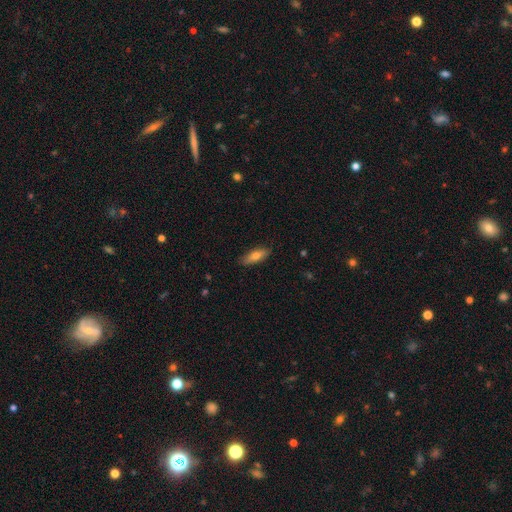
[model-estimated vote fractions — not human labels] Smooth or featured?
  - smooth: 71% *
  - featured or disk: 22%
  - star or artifact: 7%
How rounded?
  - in between: 54% *
  - cigar-shaped: 44%
  - round: 2%
Merging?
  - none: 87% *
  - minor disturbance: 10%
  - major disturbance: 2%
  - merger: 1%